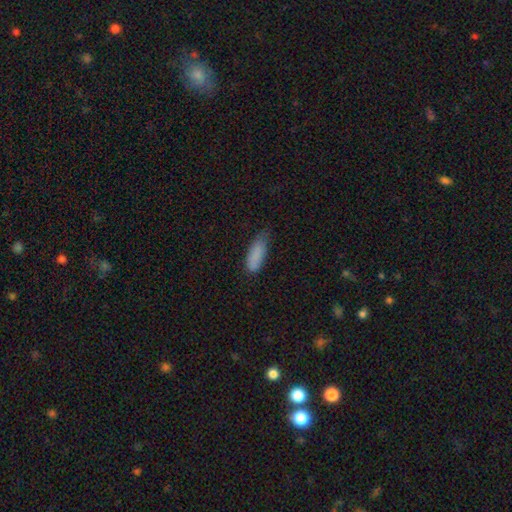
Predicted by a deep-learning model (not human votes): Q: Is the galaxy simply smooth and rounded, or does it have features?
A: smooth — 86%.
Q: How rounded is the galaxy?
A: in between — 64%.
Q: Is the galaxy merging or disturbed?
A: none — 54%.